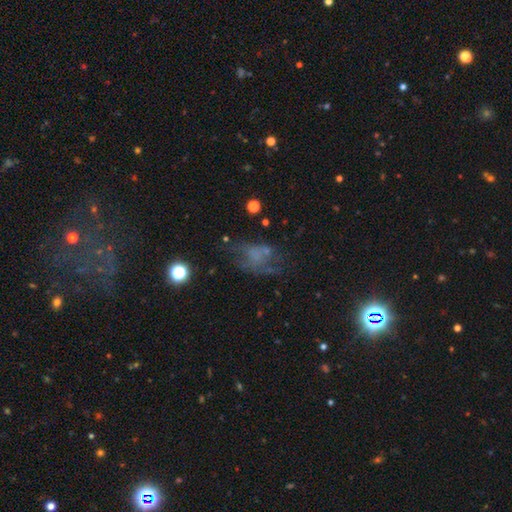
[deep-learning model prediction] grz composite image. It shows a featured or disk galaxy (41%). Merging: none (39%).